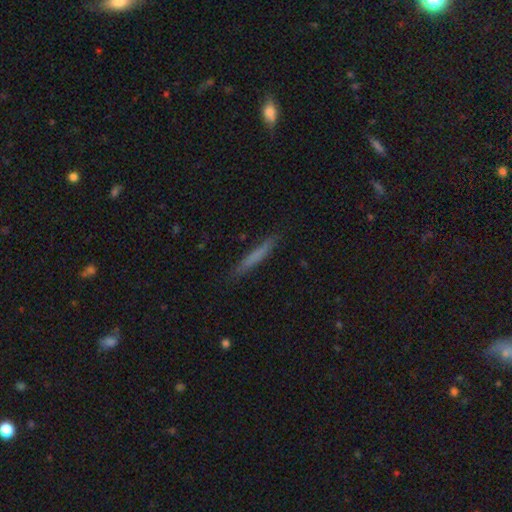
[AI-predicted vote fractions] Smooth or featured?
  - smooth: 67% *
  - featured or disk: 27%
  - star or artifact: 7%
How rounded?
  - cigar-shaped: 95% *
  - in between: 3%
  - round: 1%
Merging?
  - none: 86% *
  - minor disturbance: 11%
  - major disturbance: 2%
  - merger: 1%